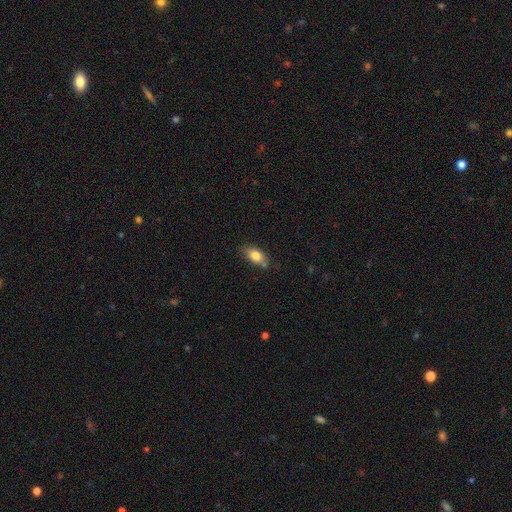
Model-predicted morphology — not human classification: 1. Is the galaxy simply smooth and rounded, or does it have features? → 82% smooth, 11% featured or disk, 8% star or artifact.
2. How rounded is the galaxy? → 87% in between, 8% round, 5% cigar-shaped.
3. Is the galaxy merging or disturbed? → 72% none, 20% minor disturbance, 5% merger, 4% major disturbance.